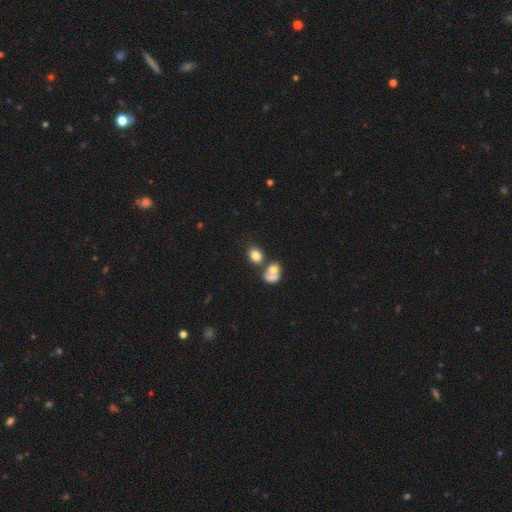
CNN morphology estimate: This appears to be a smooth galaxy with no disk features (80%) that is round (51%). Merging: none (53%).